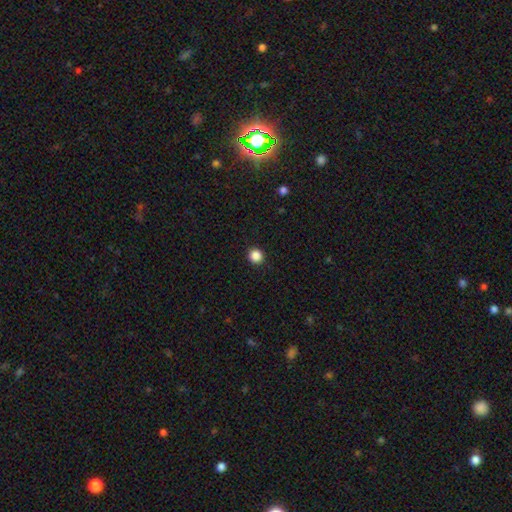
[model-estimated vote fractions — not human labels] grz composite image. It shows a smooth galaxy with no disk features (87%) that is round (94%). Merging: none (93%).